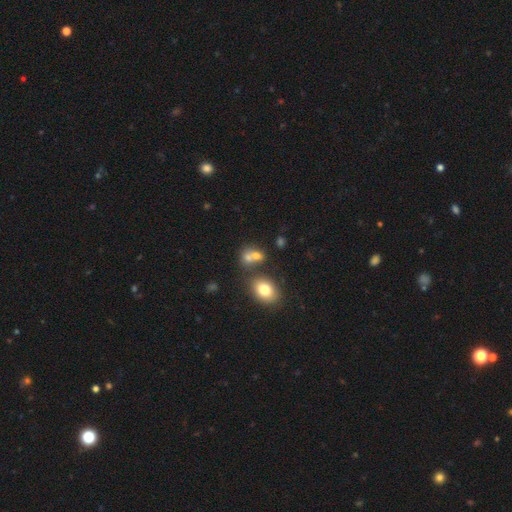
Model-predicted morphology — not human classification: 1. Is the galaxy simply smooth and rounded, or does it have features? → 73% smooth, 13% featured or disk, 13% star or artifact.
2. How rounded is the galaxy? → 55% in between, 43% round, 2% cigar-shaped.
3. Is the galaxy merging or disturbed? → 47% merger, 39% none, 10% minor disturbance, 5% major disturbance.